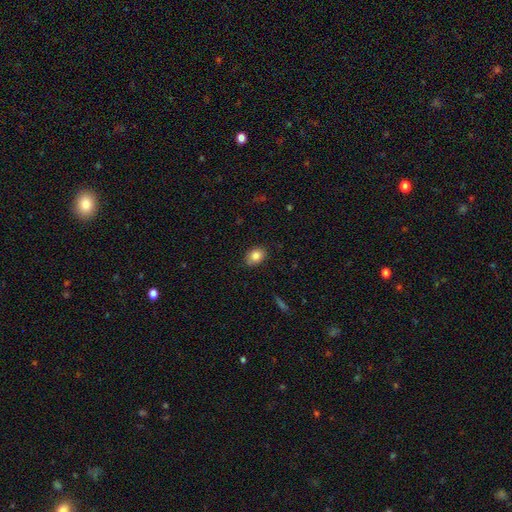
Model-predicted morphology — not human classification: Smooth or featured?
  - smooth: 84% *
  - star or artifact: 9%
  - featured or disk: 7%
How rounded?
  - in between: 71% *
  - round: 28%
  - cigar-shaped: 1%
Merging?
  - none: 82% *
  - minor disturbance: 14%
  - major disturbance: 2%
  - merger: 1%